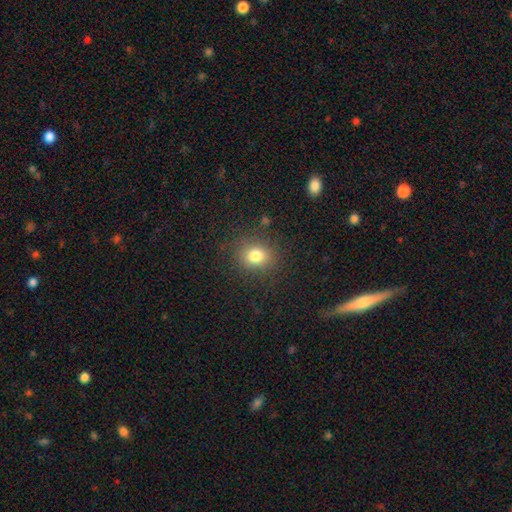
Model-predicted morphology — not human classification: A smooth galaxy with no disk features (79%) that is round (69%).

Vote fractions:
- Smooth or featured? smooth: 79% / star or artifact: 13% / featured or disk: 7%
- How rounded? round: 69% / in between: 30% / cigar-shaped: 1%
- Merging? none: 85% / minor disturbance: 10% / major disturbance: 4% / merger: 1%